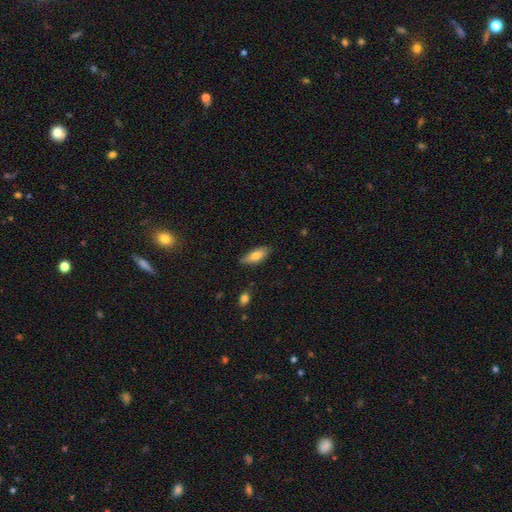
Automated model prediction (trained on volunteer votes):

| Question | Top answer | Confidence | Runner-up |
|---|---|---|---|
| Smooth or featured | smooth | 72% | featured or disk (21%) |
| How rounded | in between | 75% | cigar-shaped (23%) |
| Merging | none | 79% | minor disturbance (17%) |